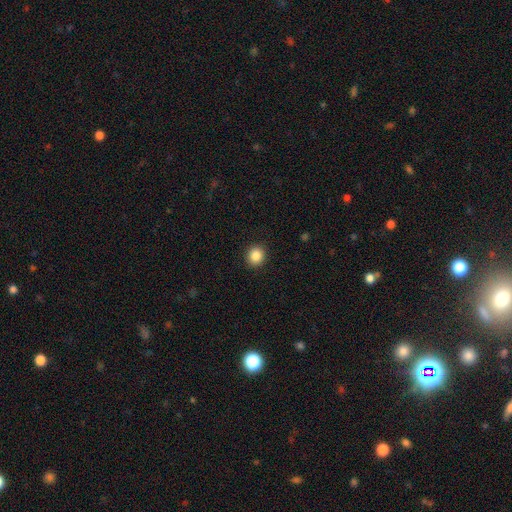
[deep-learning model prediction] smooth-or-featured: smooth: 86% | star or artifact: 10% | featured or disk: 4%
  how-rounded: round: 87% | in between: 12% | cigar-shaped: 1%
  merging: none: 92% | minor disturbance: 5% | major disturbance: 2% | merger: 1%